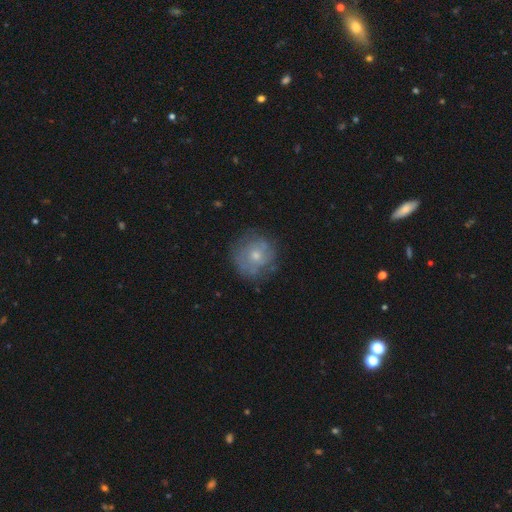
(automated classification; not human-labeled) A featured or disk galaxy (48%). Merging: none (70%).